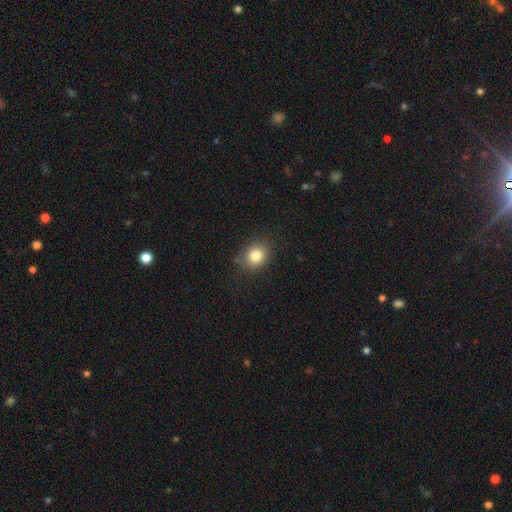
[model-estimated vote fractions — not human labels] smooth-or-featured: smooth: 82% | star or artifact: 11% | featured or disk: 7%
  how-rounded: round: 63% | in between: 36% | cigar-shaped: 1%
  merging: none: 82% | minor disturbance: 13% | major disturbance: 4% | merger: 2%